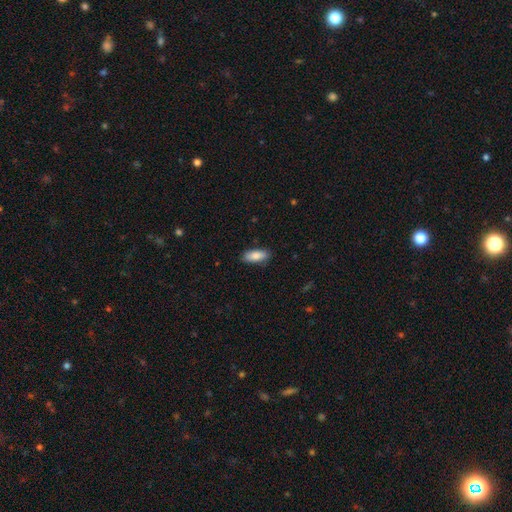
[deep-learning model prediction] Smooth or featured? Predicted: smooth (p=0.84). How rounded? Predicted: in between (p=0.80). Merging? Predicted: none (p=0.86).